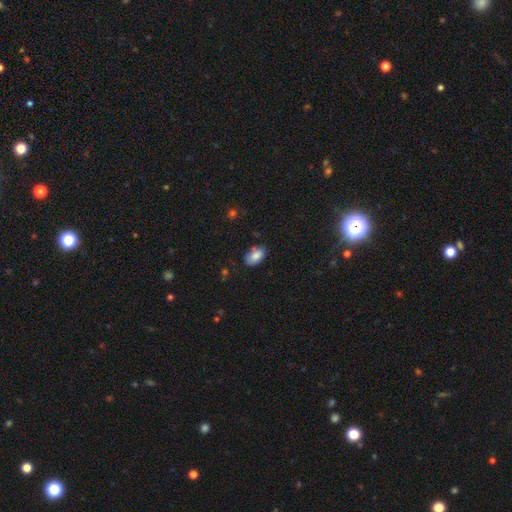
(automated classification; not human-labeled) Overall: smooth (84%). How rounded: in between (93%). Merging: none (74%).